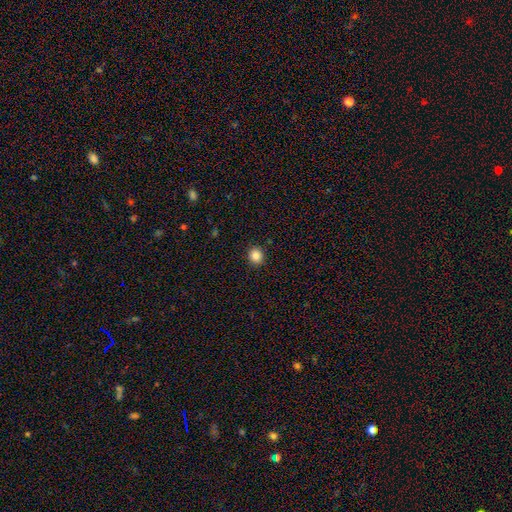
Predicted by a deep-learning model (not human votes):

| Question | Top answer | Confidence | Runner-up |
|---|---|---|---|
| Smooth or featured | smooth | 86% | star or artifact (11%) |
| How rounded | round | 87% | in between (12%) |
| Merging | none | 92% | minor disturbance (5%) |